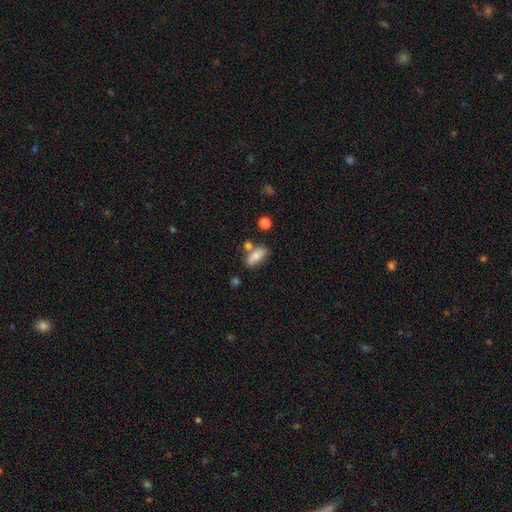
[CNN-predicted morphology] This is likely a smooth galaxy (75%). How rounded: likely in between (75%). Merging: likely none (62%).